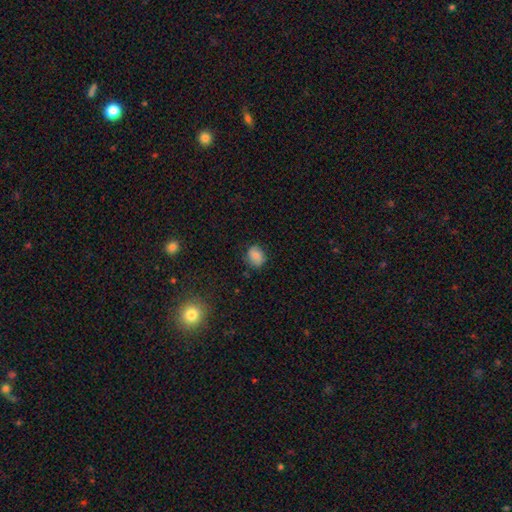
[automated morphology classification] This is likely a smooth galaxy (75%). How rounded: possibly round (55%). Merging: likely none (77%).